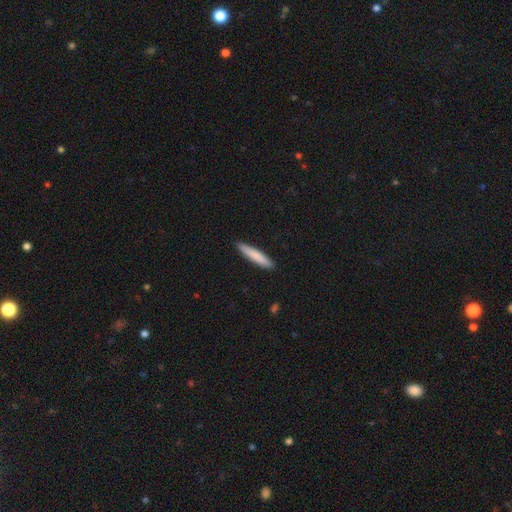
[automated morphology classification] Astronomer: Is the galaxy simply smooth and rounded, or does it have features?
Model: smooth — 80%.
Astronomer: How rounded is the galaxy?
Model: cigar-shaped — 92%.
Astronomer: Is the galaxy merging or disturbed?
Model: none — 91%.